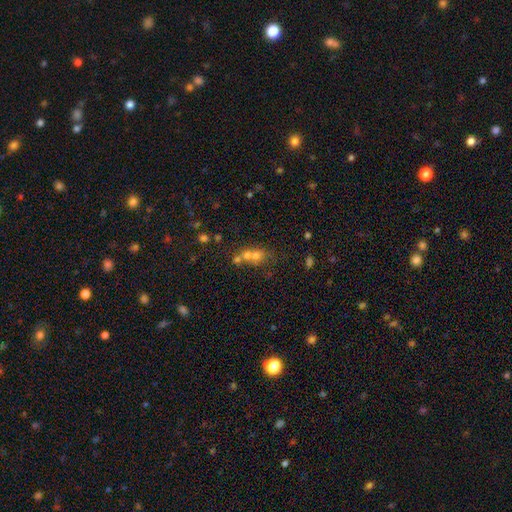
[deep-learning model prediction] smooth-or-featured: smooth: 54% | star or artifact: 23% | featured or disk: 23%
  how-rounded: round: 62% | in between: 35% | cigar-shaped: 3%
  merging: merger: 54% | none: 32% | minor disturbance: 8% | major disturbance: 6%